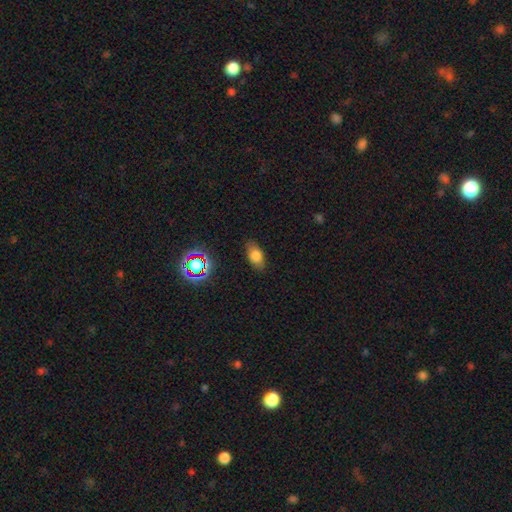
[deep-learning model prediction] Smooth or featured: smooth — 75% (star or artifact — 13%)
How rounded: in between — 88% (round — 7%)
Merging: none — 83% (minor disturbance — 13%)